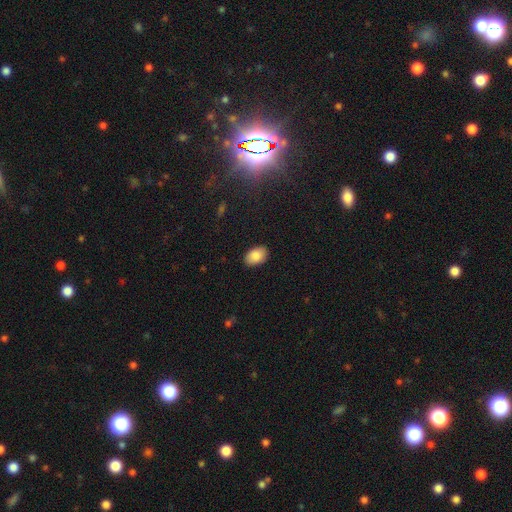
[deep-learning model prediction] This appears to be a smooth galaxy with no disk features (86%) that is in between round and cigar-shaped (89%). Merging: none (88%).